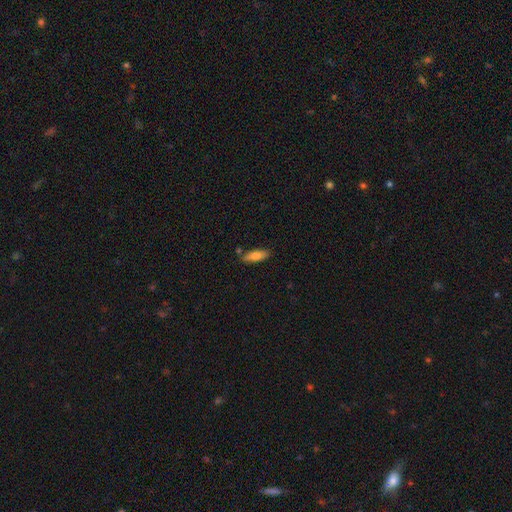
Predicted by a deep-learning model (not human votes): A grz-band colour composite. It shows a smooth galaxy with no disk features (78%) that is in between round and cigar-shaped (60%). Merging: none (80%).